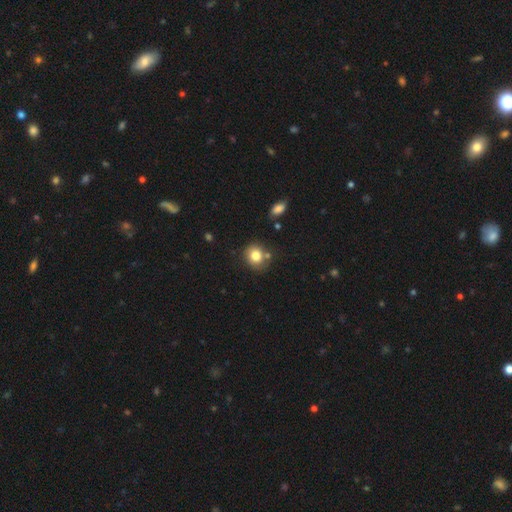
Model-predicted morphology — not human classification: The model was most divided on "how rounded": round: 78%, in between: 21%, cigar-shaped: 1%. More confident: smooth or featured — smooth (80%); merging — none (72%).